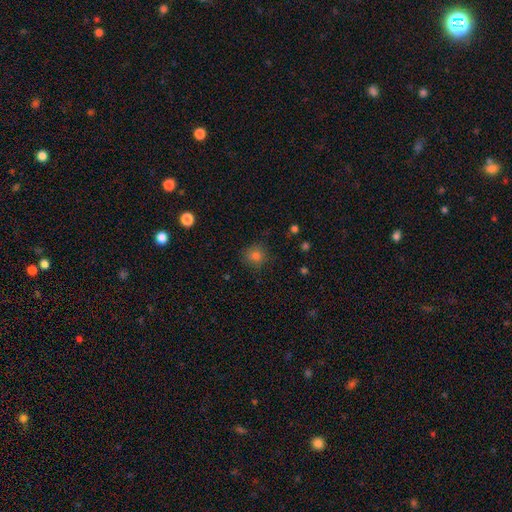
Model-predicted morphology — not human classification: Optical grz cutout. It shows a smooth galaxy with no disk features (80%) that is round (90%). Merging: none (84%).